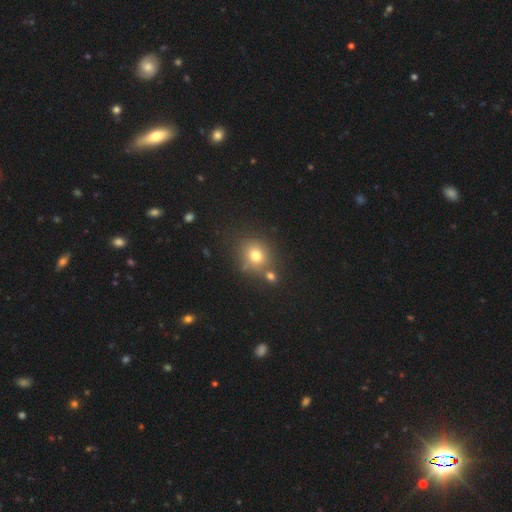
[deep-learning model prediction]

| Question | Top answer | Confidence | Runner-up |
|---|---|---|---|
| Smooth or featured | smooth | 74% | star or artifact (15%) |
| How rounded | round | 78% | in between (21%) |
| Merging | none | 68% | merger (17%) |